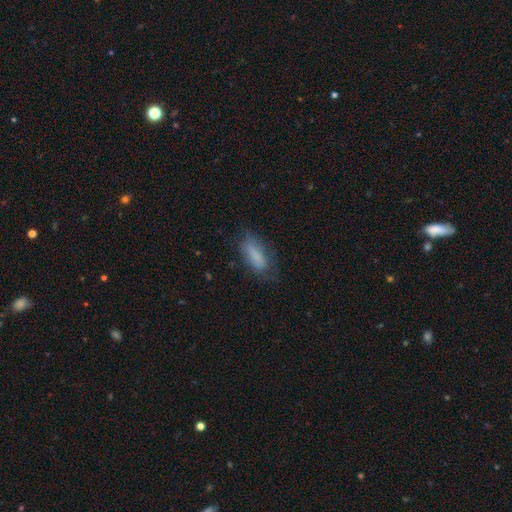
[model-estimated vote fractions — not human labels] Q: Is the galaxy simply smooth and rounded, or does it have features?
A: smooth — 75%.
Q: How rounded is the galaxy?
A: in between — 76%.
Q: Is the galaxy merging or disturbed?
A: none — 59%.